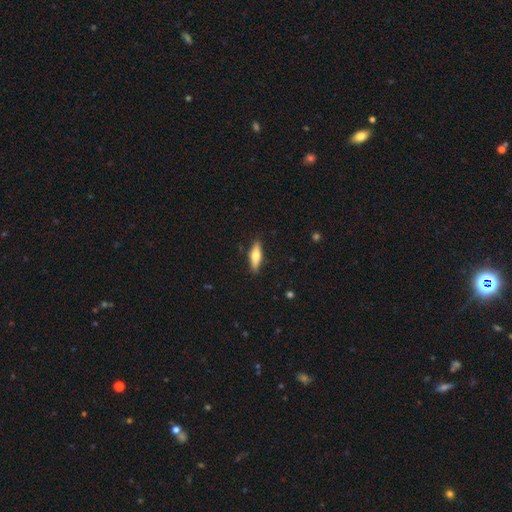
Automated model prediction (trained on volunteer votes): Q: Smooth or featured?
A: smooth (62%); runner-up: featured or disk (33%)
Q: How rounded?
A: cigar-shaped (55%); runner-up: in between (43%)
Q: Merging?
A: none (88%); runner-up: minor disturbance (9%)